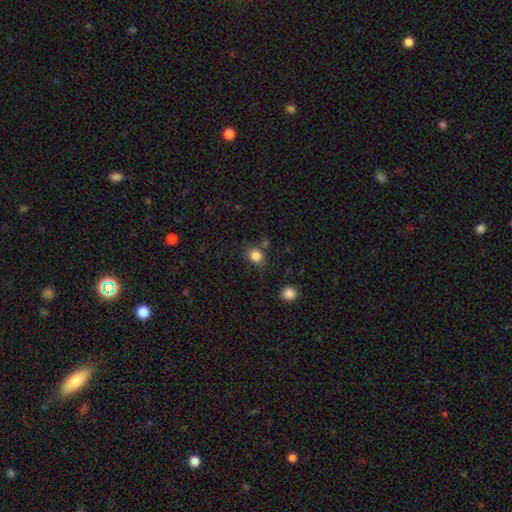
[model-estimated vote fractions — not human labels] Overall: smooth (84%). How rounded: round (66%; in between 33%). Merging: none (75%).